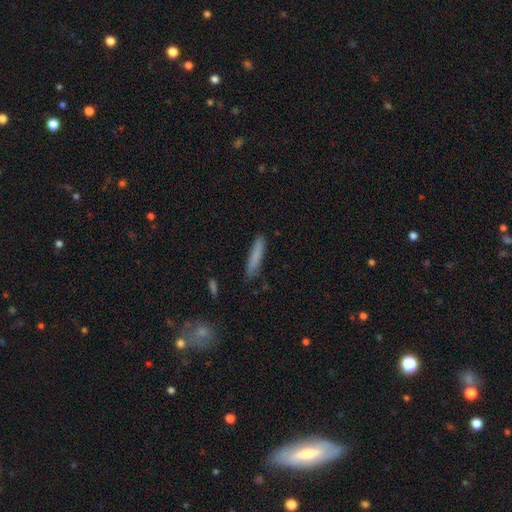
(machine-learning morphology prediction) Smooth or featured? smooth (79%)
How rounded? cigar-shaped (92%)
Merging? none (84%)